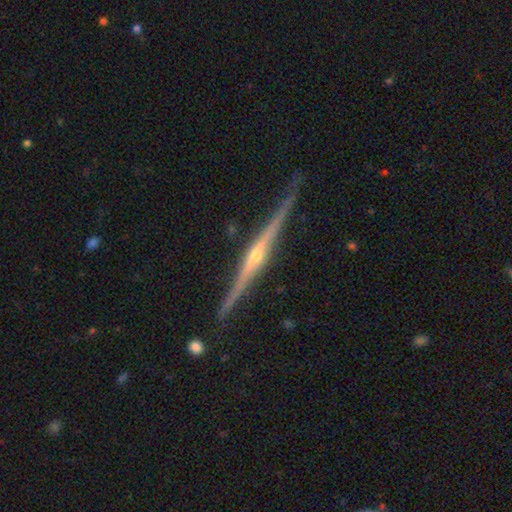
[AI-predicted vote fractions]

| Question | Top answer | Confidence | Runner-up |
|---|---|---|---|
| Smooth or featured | featured or disk | 89% | smooth (7%) |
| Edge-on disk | yes | 98% | no (2%) |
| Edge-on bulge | rounded | 84% | none (10%) |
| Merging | none | 88% | minor disturbance (9%) |